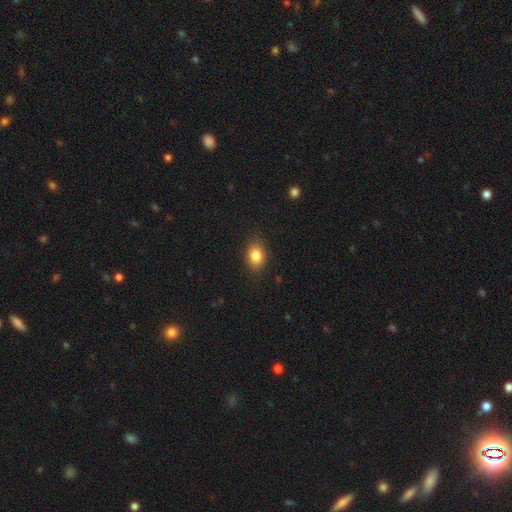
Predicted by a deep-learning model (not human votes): Smooth or featured? Predicted: smooth (p=0.83). How rounded? Predicted: in between (p=0.74). Merging? Predicted: none (p=0.84).